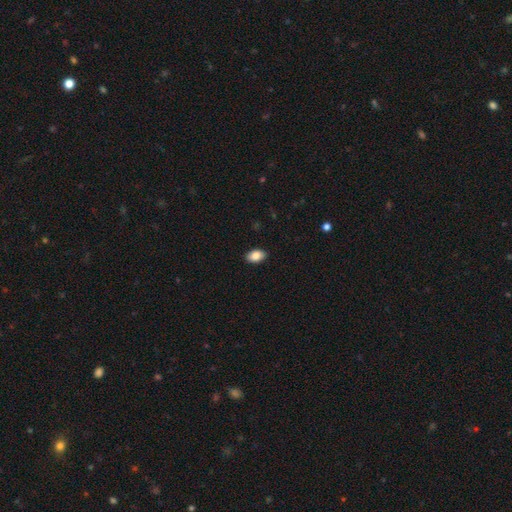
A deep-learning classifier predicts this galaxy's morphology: smooth_or_featured: smooth (p=0.86) [alt: star or artifact p=0.07]
how_rounded: in between (p=0.91) [alt: round p=0.07]
merging: none (p=0.89) [alt: minor disturbance p=0.08]